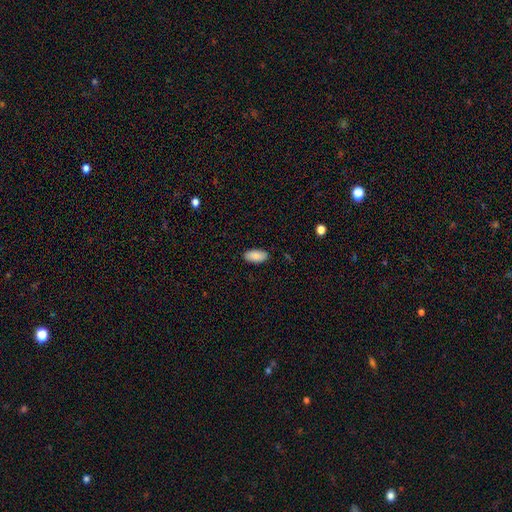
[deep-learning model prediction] Smooth or featured? Predicted: smooth (p=0.88). How rounded? Predicted: in between (p=0.93). Merging? Predicted: none (p=0.88).